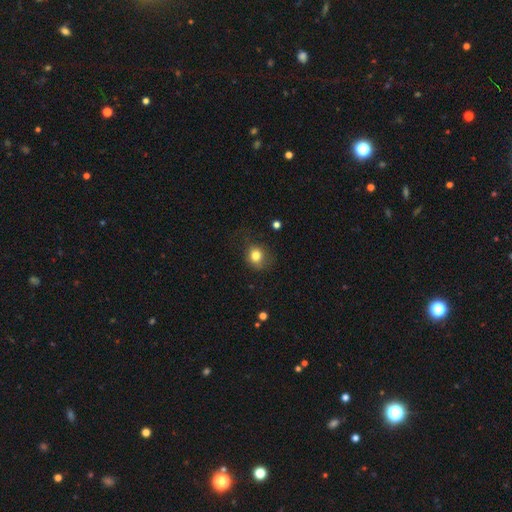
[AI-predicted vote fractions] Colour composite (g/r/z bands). It shows a smooth galaxy with no disk features (80%) that is round (71%). Merging: none (68%).